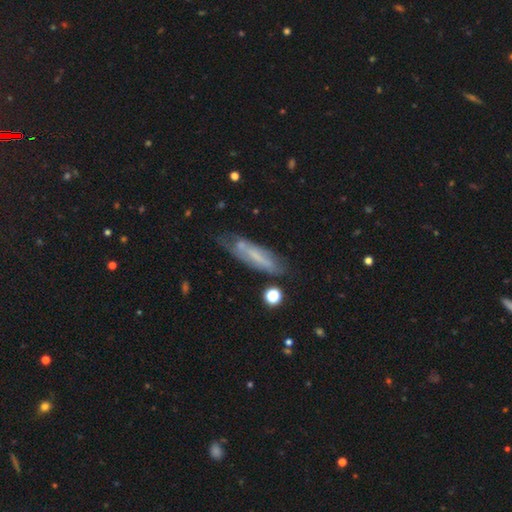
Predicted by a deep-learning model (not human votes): smooth_or_featured: featured or disk (p=0.47) [alt: smooth p=0.44]
merging: none (p=0.60) [alt: minor disturbance p=0.25]